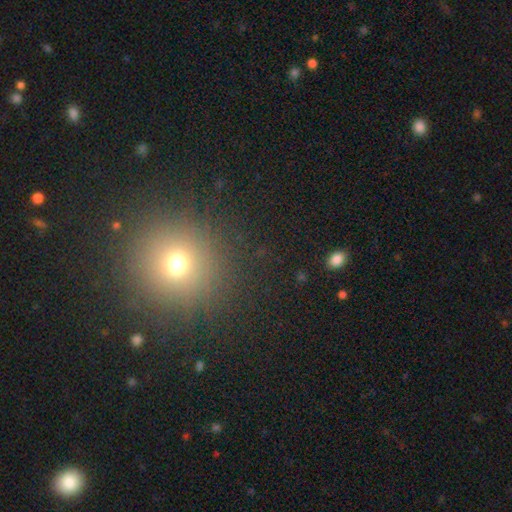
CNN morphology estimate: Q: Smooth or featured?
A: smooth (62%); runner-up: star or artifact (30%)
Q: How rounded?
A: round (92%); runner-up: in between (6%)
Q: Merging?
A: none (90%); runner-up: minor disturbance (6%)